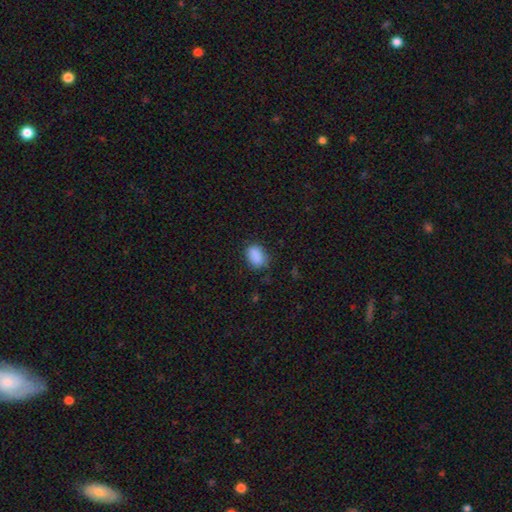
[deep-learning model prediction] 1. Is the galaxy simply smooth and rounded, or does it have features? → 88% smooth, 8% star or artifact, 4% featured or disk.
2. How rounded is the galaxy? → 76% in between, 23% round, 1% cigar-shaped.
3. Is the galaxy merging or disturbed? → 76% none, 18% minor disturbance, 5% major disturbance, 1% merger.